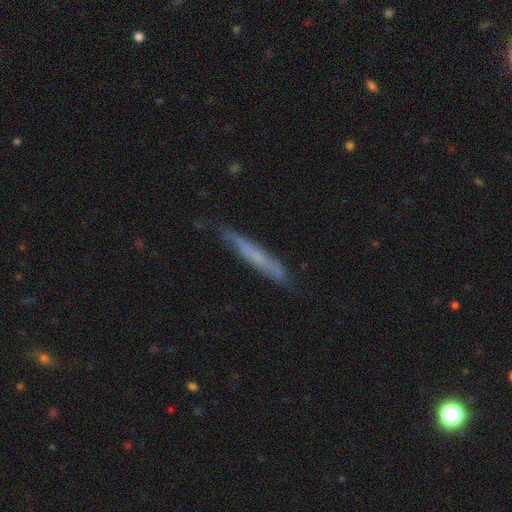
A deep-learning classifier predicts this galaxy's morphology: Smooth or featured: smooth — 50% (featured or disk — 43%)
Merging: none — 77% (minor disturbance — 18%)